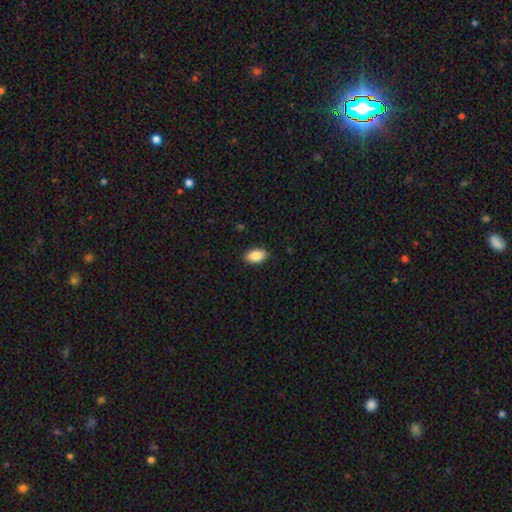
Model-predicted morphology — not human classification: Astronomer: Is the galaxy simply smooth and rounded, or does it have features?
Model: smooth — 87%.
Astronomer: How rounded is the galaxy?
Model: in between — 91%.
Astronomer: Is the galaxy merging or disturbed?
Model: none — 88%.